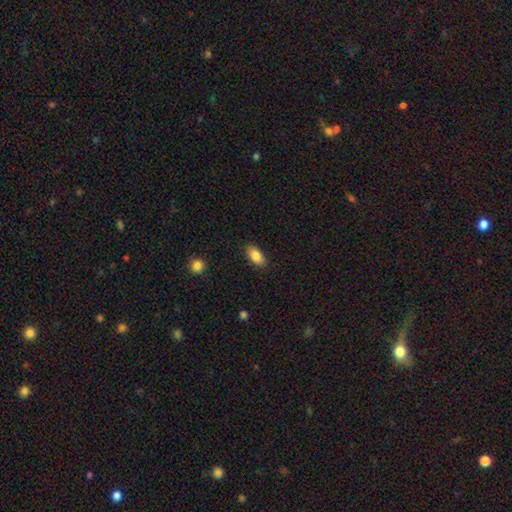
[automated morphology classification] Smooth or featured: smooth — 84% (featured or disk — 9%)
How rounded: in between — 91% (cigar-shaped — 5%)
Merging: none — 87% (minor disturbance — 10%)